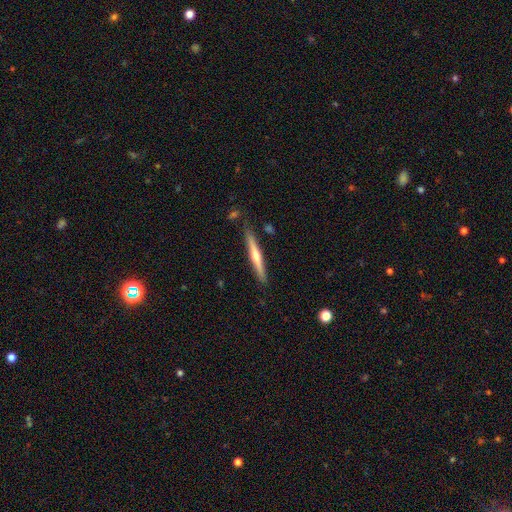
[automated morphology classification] Smooth or featured?
  - featured or disk: 58% *
  - smooth: 36%
  - star or artifact: 5%
Edge-on disk?
  - yes: 97% *
  - no: 3%
Edge-on bulge?
  - rounded: 79% *
  - none: 17%
  - boxy: 4%
Merging?
  - none: 87% *
  - minor disturbance: 9%
  - merger: 2%
  - major disturbance: 2%